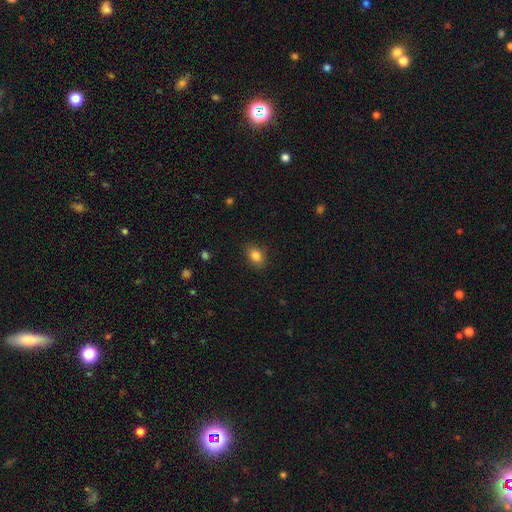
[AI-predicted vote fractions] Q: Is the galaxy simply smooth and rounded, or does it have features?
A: smooth — 84%.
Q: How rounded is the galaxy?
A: in between — 66%.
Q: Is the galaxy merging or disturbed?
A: none — 87%.